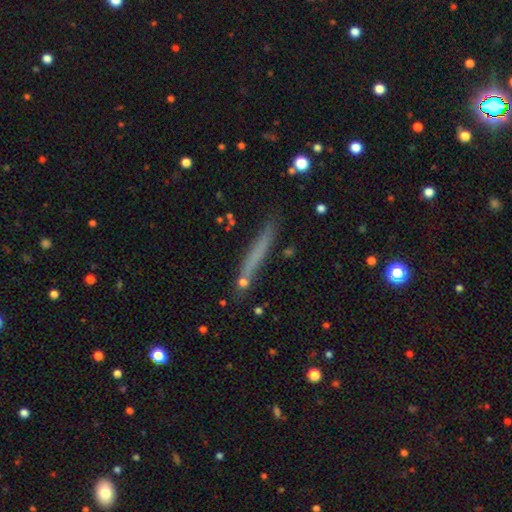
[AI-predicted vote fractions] Q: Smooth or featured?
A: smooth (60%); runner-up: featured or disk (30%)
Q: How rounded?
A: cigar-shaped (95%); runner-up: in between (3%)
Q: Merging?
A: none (84%); runner-up: minor disturbance (11%)